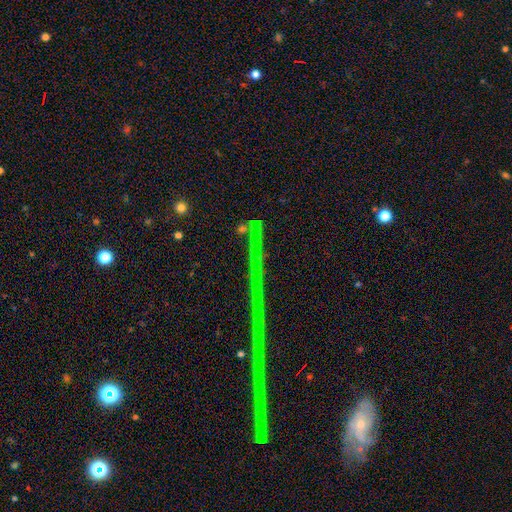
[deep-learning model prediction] The model was most divided on "smooth or featured": star or artifact: 75%, featured or disk: 15%, smooth: 10%.